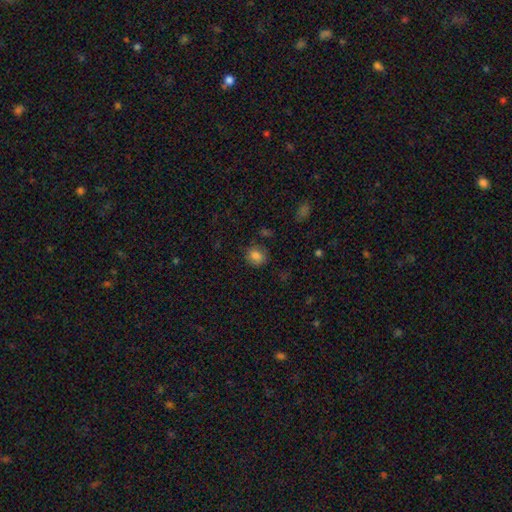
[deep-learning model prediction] smooth-or-featured: smooth: 81% | star or artifact: 12% | featured or disk: 6%
  how-rounded: round: 68% | in between: 31% | cigar-shaped: 1%
  merging: none: 76% | minor disturbance: 16% | major disturbance: 4% | merger: 3%